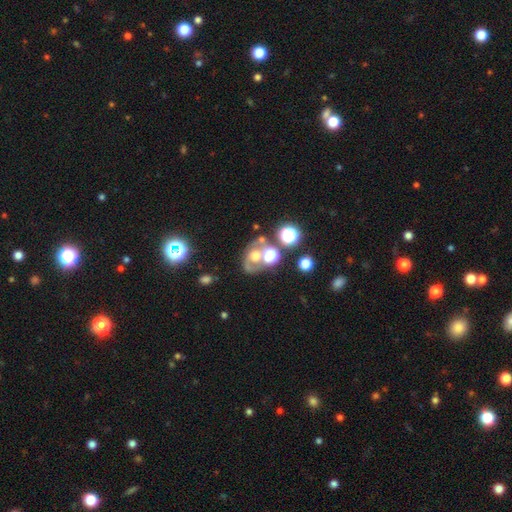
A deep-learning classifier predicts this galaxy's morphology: This appears to be a featured or disk galaxy (48%). Merging: none (40%).